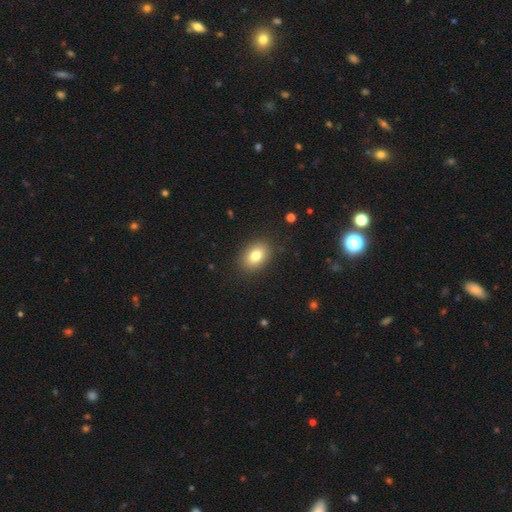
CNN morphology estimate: Smooth or featured?
  - smooth: 81% *
  - featured or disk: 10%
  - star or artifact: 9%
How rounded?
  - in between: 82% *
  - round: 17%
  - cigar-shaped: 1%
Merging?
  - none: 88% *
  - minor disturbance: 8%
  - major disturbance: 3%
  - merger: 1%